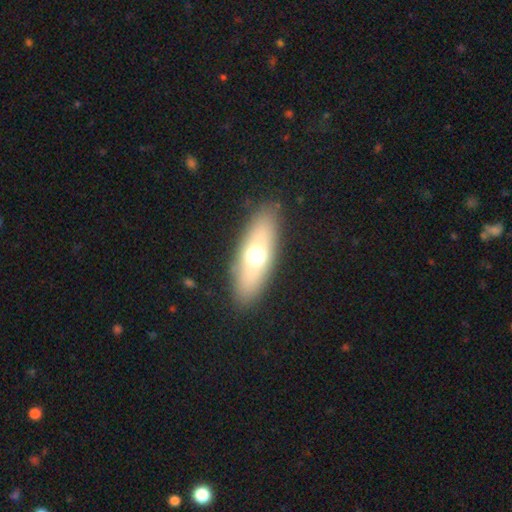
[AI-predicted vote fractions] This is possibly a smooth galaxy (59%). How rounded: likely in between (66%). Merging: clearly none (87%).